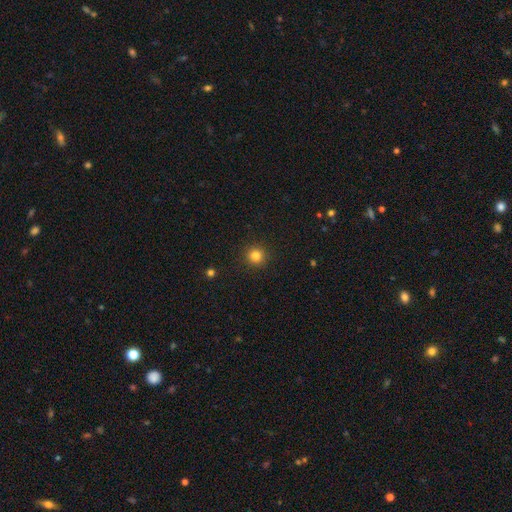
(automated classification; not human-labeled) This appears to be a smooth galaxy with no disk features (82%) that is round (95%). Merging: none (93%).